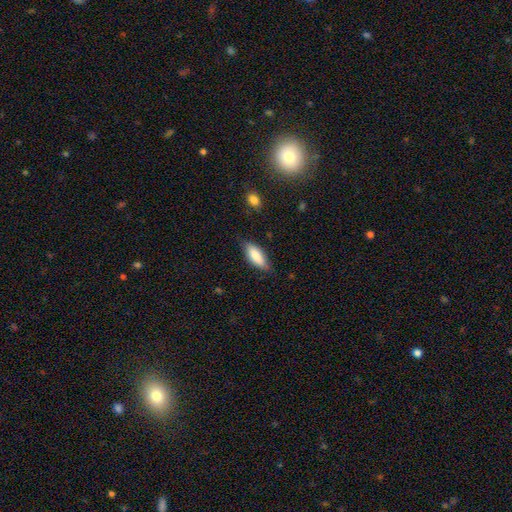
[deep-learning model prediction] Smooth or featured?
  - smooth: 82% *
  - featured or disk: 11%
  - star or artifact: 6%
How rounded?
  - in between: 72% *
  - cigar-shaped: 26%
  - round: 2%
Merging?
  - none: 77% *
  - minor disturbance: 18%
  - major disturbance: 3%
  - merger: 2%